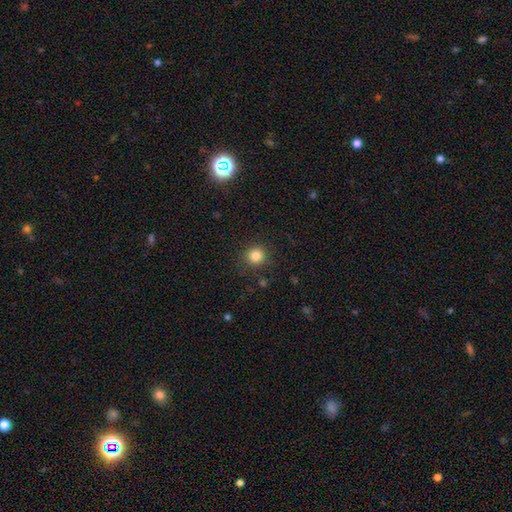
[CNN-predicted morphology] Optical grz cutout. It shows a smooth galaxy with no disk features (83%) that is round (92%). Merging: none (87%).